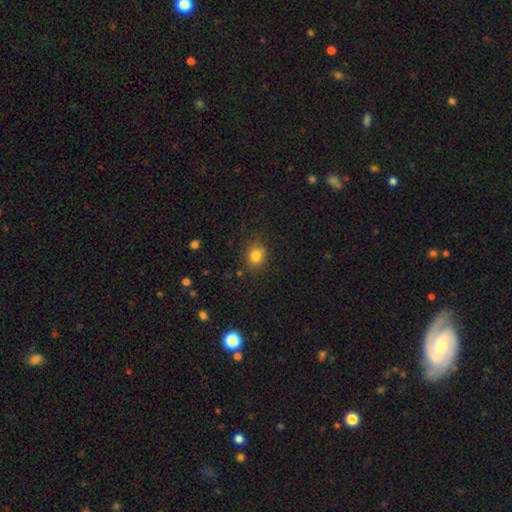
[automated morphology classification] Smooth or featured? Predicted: smooth (p=0.82). How rounded? Predicted: round (p=0.66). Merging? Predicted: none (p=0.81).